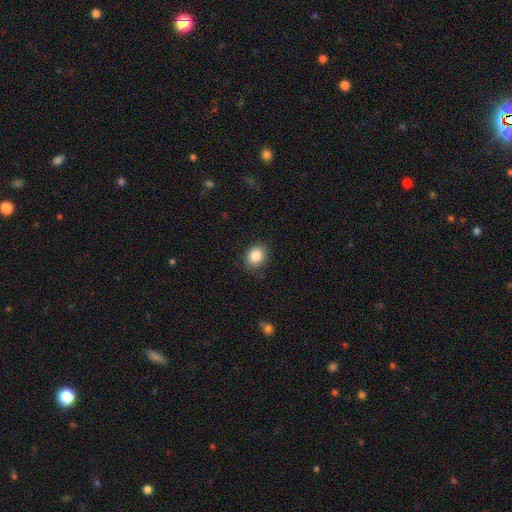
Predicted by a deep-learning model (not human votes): smooth-or-featured: smooth: 85% | star or artifact: 10% | featured or disk: 5%
  how-rounded: round: 53% | in between: 46% | cigar-shaped: 1%
  merging: none: 85% | minor disturbance: 11% | major disturbance: 3% | merger: 1%